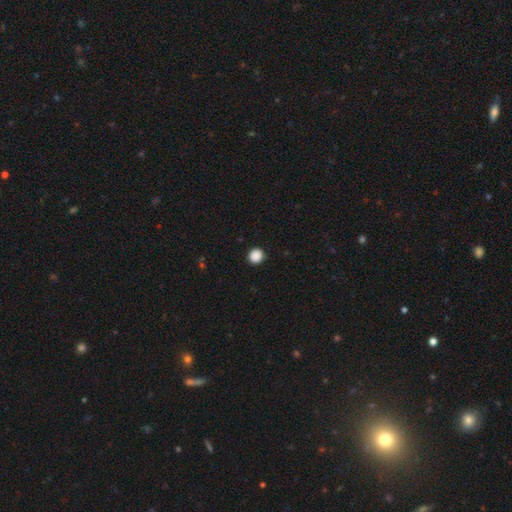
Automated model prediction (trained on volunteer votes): Morphology: type=smooth (88%); roundness=round (91%); merging=none (91%).